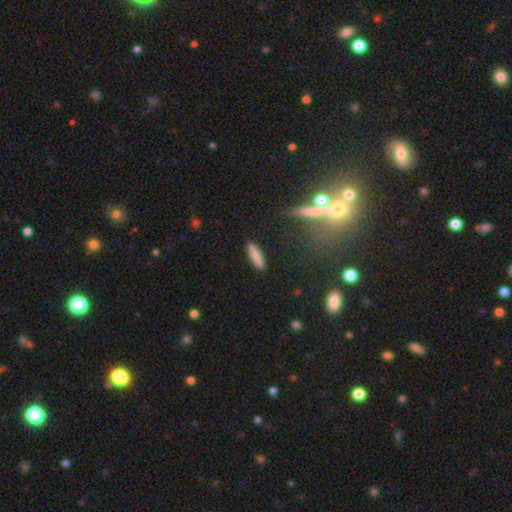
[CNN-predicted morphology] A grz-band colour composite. It shows a smooth galaxy with no disk features (81%) that is cigar-shaped (75%). Merging: none (88%).